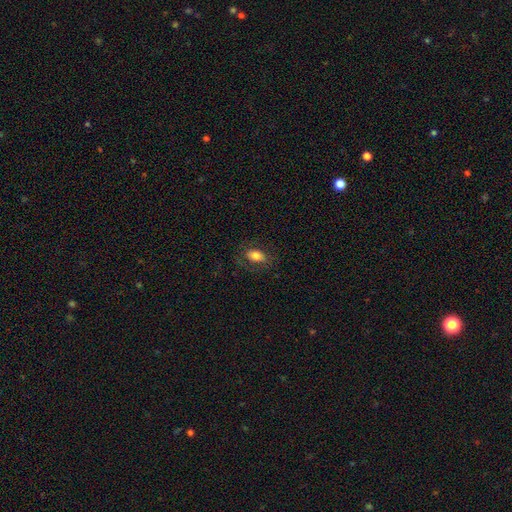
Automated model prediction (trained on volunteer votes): A smooth galaxy with no disk features (73%) that is in between round and cigar-shaped (88%). Merging: none (75%).